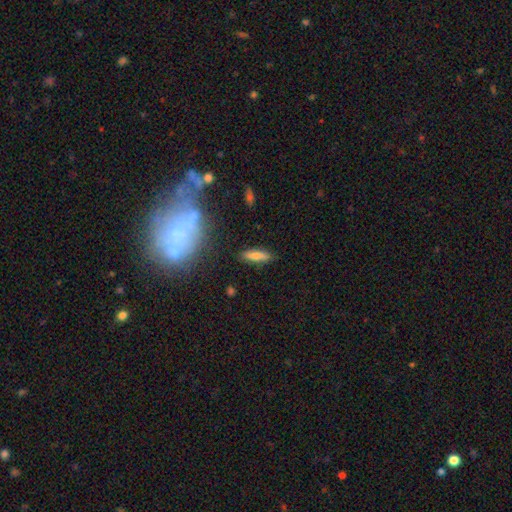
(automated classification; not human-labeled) smooth-or-featured: smooth: 68% | featured or disk: 22% | star or artifact: 9%
  how-rounded: cigar-shaped: 62% | in between: 35% | round: 3%
  merging: none: 84% | minor disturbance: 11% | major disturbance: 3% | merger: 2%